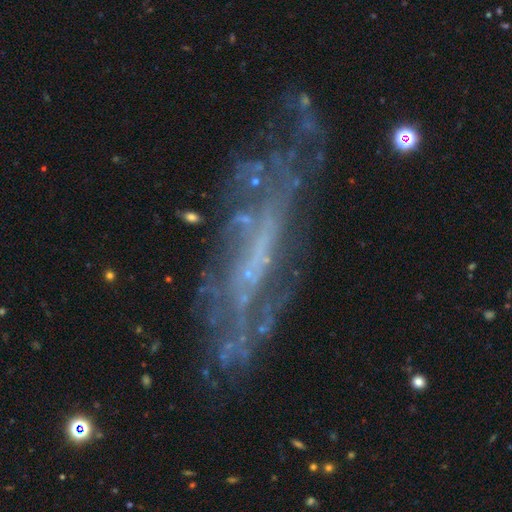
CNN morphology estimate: A featured or disk galaxy (77%) with no bar (38%, tied with weak), spiral arms (76%) and no central bulge (42%). Merging: none (64%).